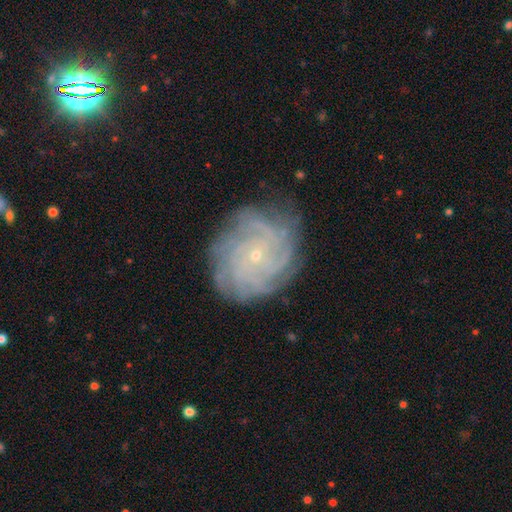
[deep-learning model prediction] Smooth or featured? Predicted: featured or disk (p=0.82). Edge-on disk? Predicted: no (p=0.97). Bar? Predicted: no (p=0.80). Spiral arms? Predicted: yes (p=0.96). Spiral winding? Predicted: tight (p=0.75). Spiral arm count? Predicted: more than 4 (p=0.27, tied with can't tell). Bulge size? Predicted: small (p=0.87). Merging? Predicted: none (p=0.79).